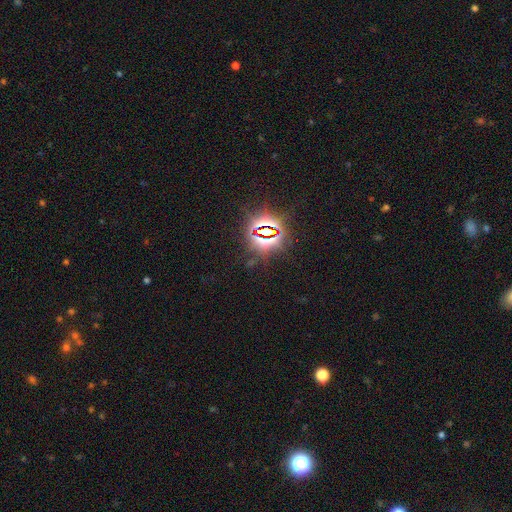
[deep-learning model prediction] Smooth or featured? star or artifact (83%)